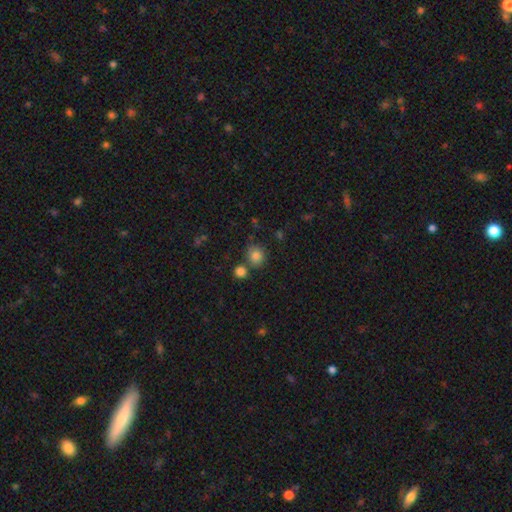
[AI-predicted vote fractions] The model was most divided on "merging": none: 70%, merger: 17%, minor disturbance: 10%, major disturbance: 3%. More confident: smooth or featured — smooth (82%); how rounded — round (81%).